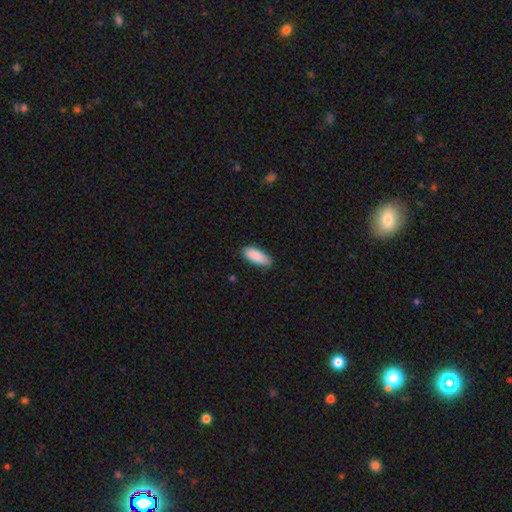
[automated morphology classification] Q: Smooth or featured?
A: smooth (90%); runner-up: star or artifact (6%)
Q: How rounded?
A: in between (81%); runner-up: cigar-shaped (17%)
Q: Merging?
A: none (82%); runner-up: minor disturbance (15%)